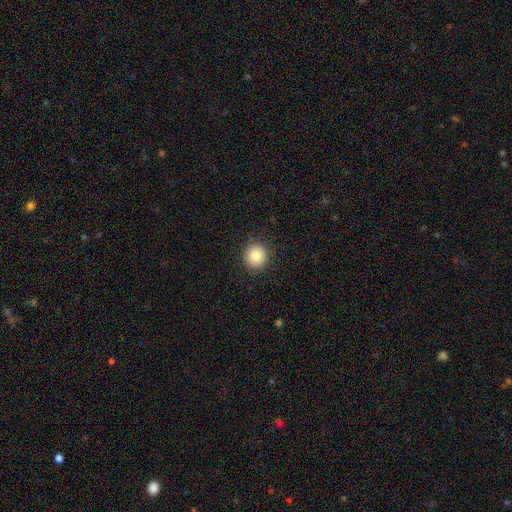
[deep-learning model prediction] smooth_or_featured: smooth (p=0.83) [alt: star or artifact p=0.10]
how_rounded: round (p=0.92) [alt: in between p=0.07]
merging: none (p=0.91) [alt: minor disturbance p=0.06]